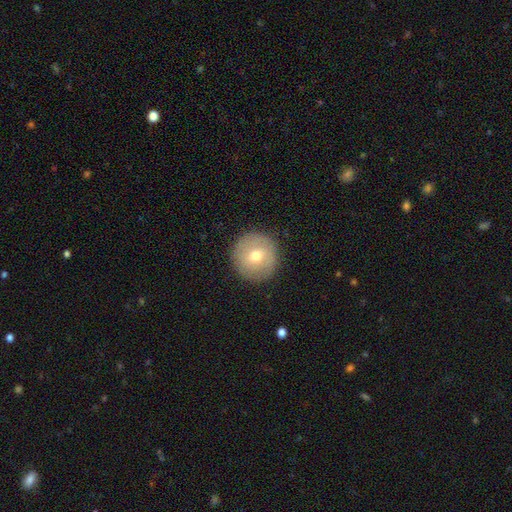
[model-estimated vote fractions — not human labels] This appears to be a smooth galaxy with no disk features (67%) that is round (96%). Merging: none (90%).